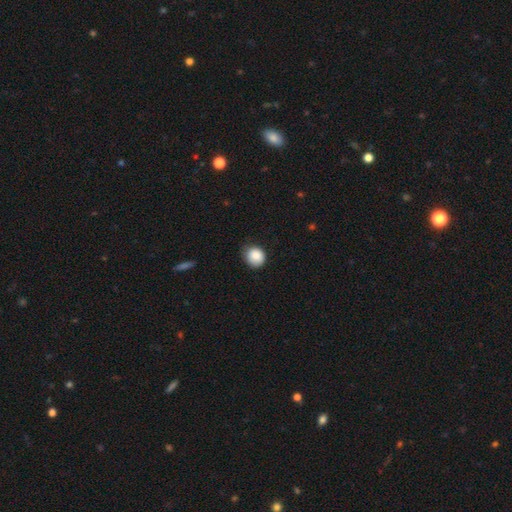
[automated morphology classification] This is clearly a smooth galaxy (88%). How rounded: likely round (80%). Merging: likely none (70%).